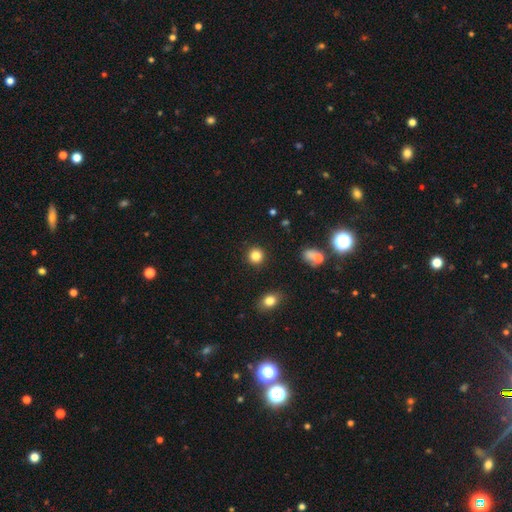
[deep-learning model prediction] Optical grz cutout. It shows a smooth galaxy with no disk features (84%) that is round (92%). Merging: none (91%).